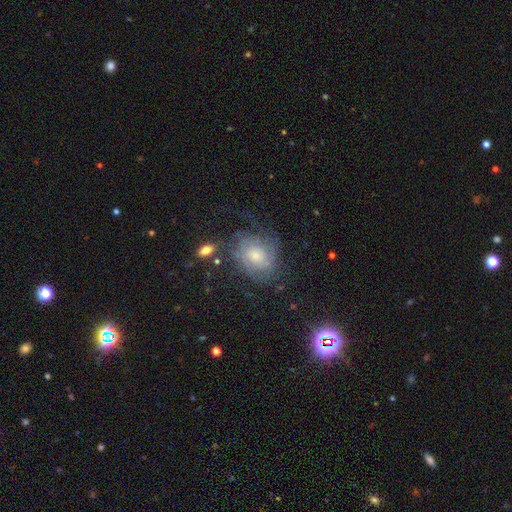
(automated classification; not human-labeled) This appears to be a featured or disk galaxy (67%) with no bar (75%), tight (47%) spiral arms (85%) and a moderate central bulge (45%). Merging: none (50%).